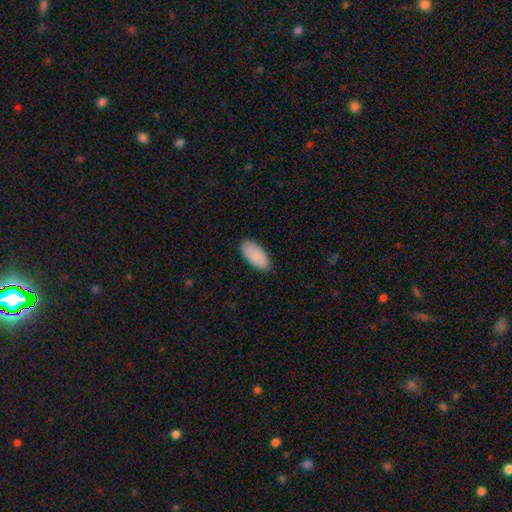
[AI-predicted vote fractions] Smooth or featured?
  - smooth: 90% *
  - star or artifact: 6%
  - featured or disk: 4%
How rounded?
  - in between: 92% *
  - cigar-shaped: 6%
  - round: 2%
Merging?
  - none: 86% *
  - minor disturbance: 11%
  - major disturbance: 2%
  - merger: 1%